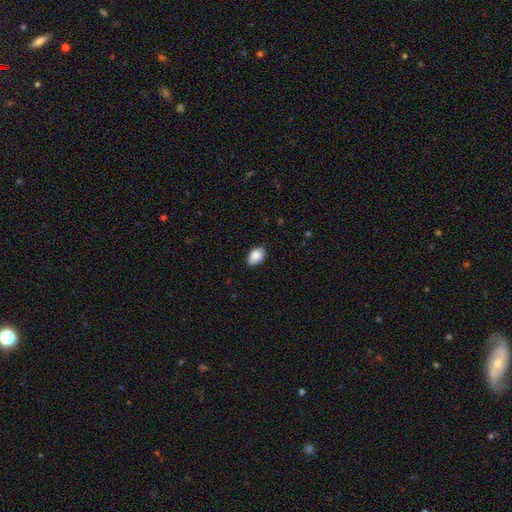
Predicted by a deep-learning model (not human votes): Smooth or featured: smooth — 89% (star or artifact — 7%)
How rounded: in between — 88% (round — 11%)
Merging: none — 82% (minor disturbance — 15%)